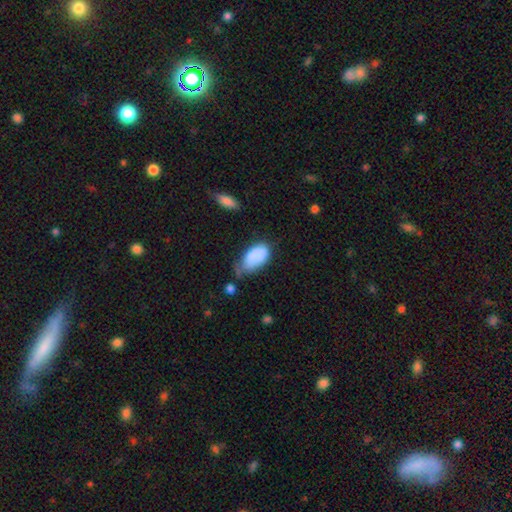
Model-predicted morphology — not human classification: type=smooth (82%); roundness=in between (95%); merging=minor disturbance (42%).